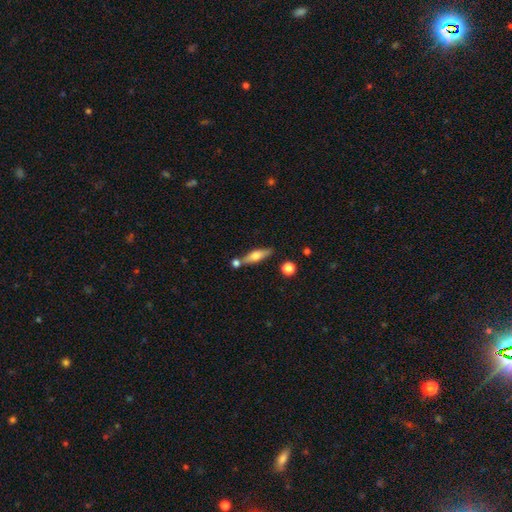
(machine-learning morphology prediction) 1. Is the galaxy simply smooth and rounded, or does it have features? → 52% smooth, 42% featured or disk, 7% star or artifact.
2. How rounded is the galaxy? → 63% cigar-shaped, 34% in between, 3% round.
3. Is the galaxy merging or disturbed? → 71% none, 15% merger, 12% minor disturbance, 3% major disturbance.